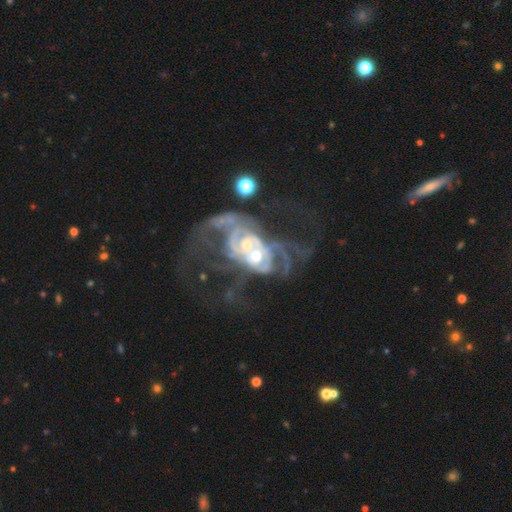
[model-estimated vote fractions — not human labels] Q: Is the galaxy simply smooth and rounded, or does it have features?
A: featured or disk — 84%.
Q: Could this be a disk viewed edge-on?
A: no — 97%.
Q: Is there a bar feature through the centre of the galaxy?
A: no — 73%.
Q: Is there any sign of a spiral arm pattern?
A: yes — 85%.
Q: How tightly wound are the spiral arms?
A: medium — 38%.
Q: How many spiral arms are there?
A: can't tell — 36%.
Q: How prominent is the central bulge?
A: moderate — 61%.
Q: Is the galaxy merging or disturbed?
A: merger — 62%.